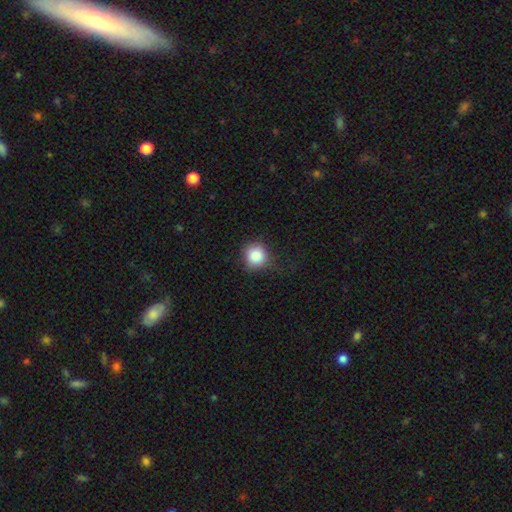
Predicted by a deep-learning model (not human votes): Smooth or featured? smooth (83%)
How rounded? round (89%)
Merging? none (76%)